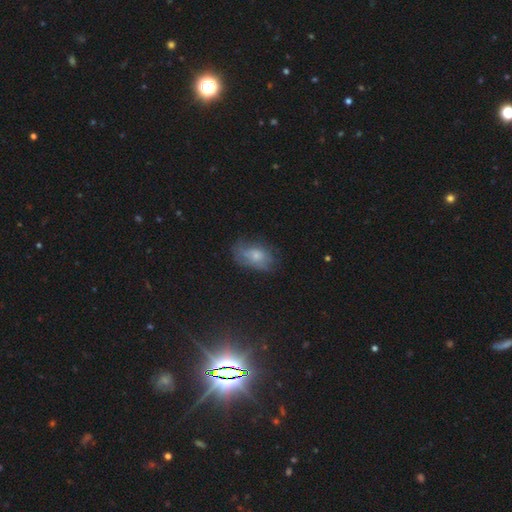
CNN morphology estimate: smooth 56%, featured or disk 32%, star or artifact 12%. Down the decision tree: how rounded — in between (86%); merging — none (52%).